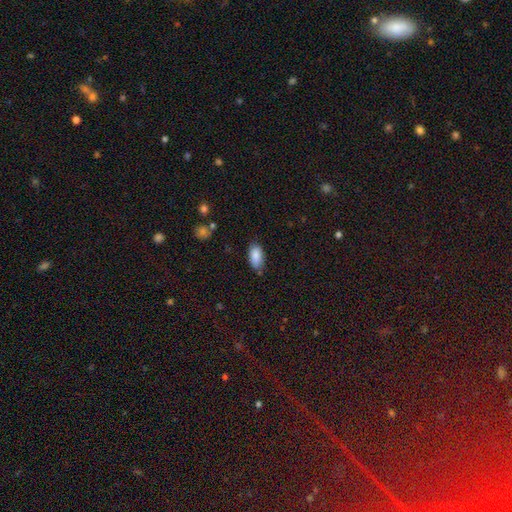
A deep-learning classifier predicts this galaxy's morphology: The model was most divided on "merging": none: 76%, minor disturbance: 18%, major disturbance: 3%, merger: 3%. More confident: how rounded — in between (92%); smooth or featured — smooth (87%).